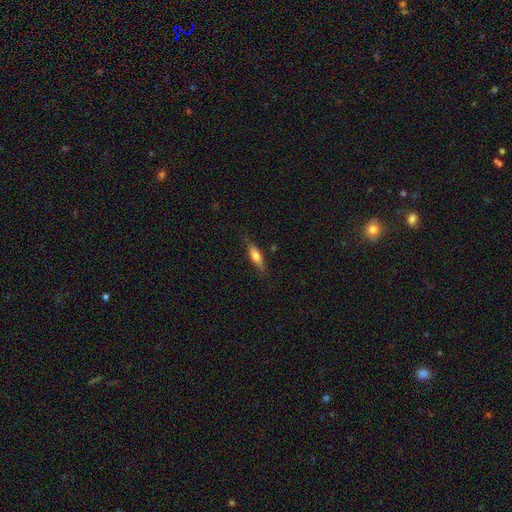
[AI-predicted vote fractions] smooth-or-featured: smooth: 63% | featured or disk: 30% | star or artifact: 6%
  how-rounded: cigar-shaped: 56% | in between: 42% | round: 2%
  merging: none: 77% | minor disturbance: 18% | major disturbance: 4% | merger: 1%